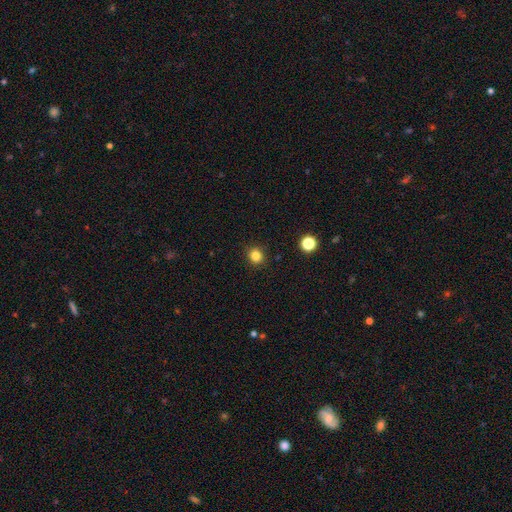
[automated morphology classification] This appears to be a smooth galaxy with no disk features (83%) that is round (87%). Merging: none (91%).